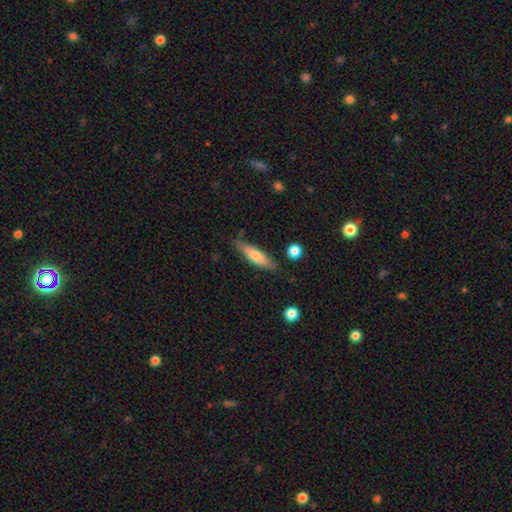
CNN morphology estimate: A smooth galaxy with no disk features (65%) that is cigar-shaped (69%).

Vote fractions:
- Smooth or featured? smooth: 65% / featured or disk: 29% / star or artifact: 6%
- How rounded? cigar-shaped: 69% / in between: 29% / round: 2%
- Merging? none: 78% / minor disturbance: 15% / major disturbance: 3% / merger: 3%